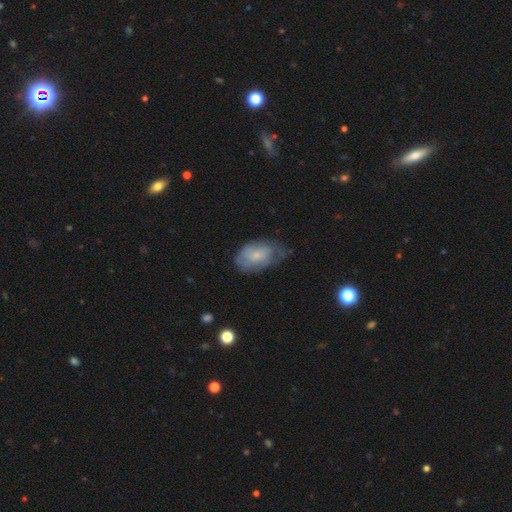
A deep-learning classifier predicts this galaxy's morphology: Smooth or featured? Predicted: smooth (p=0.59). How rounded? Predicted: in between (p=0.91). Merging? Predicted: none (p=0.43).